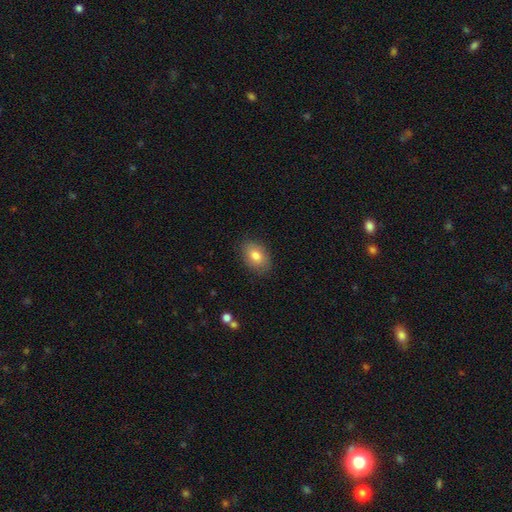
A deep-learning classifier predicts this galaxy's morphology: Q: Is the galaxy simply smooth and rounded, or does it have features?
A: smooth — 80%.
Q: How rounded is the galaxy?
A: in between — 82%.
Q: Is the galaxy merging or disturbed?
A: none — 85%.